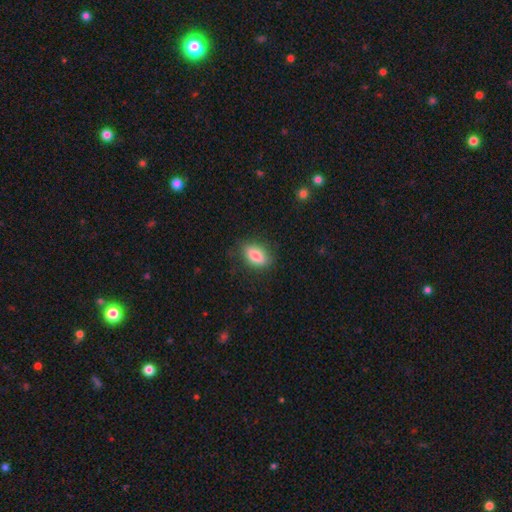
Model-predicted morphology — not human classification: This appears to be a smooth galaxy with no disk features (81%) that is in between round and cigar-shaped (85%). Merging: none (79%).